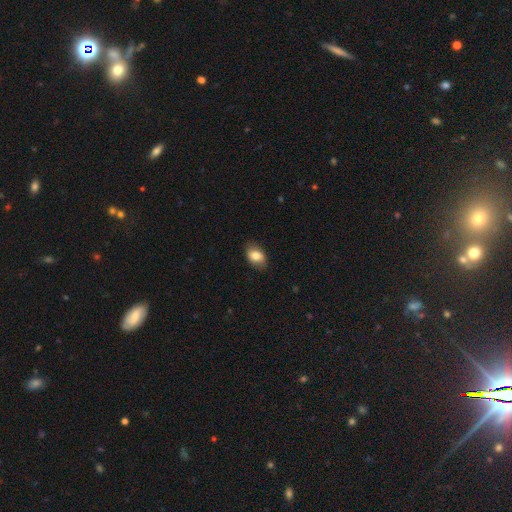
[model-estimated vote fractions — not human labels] This is likely a smooth galaxy (80%). How rounded: clearly in between (84%). Merging: clearly none (81%).